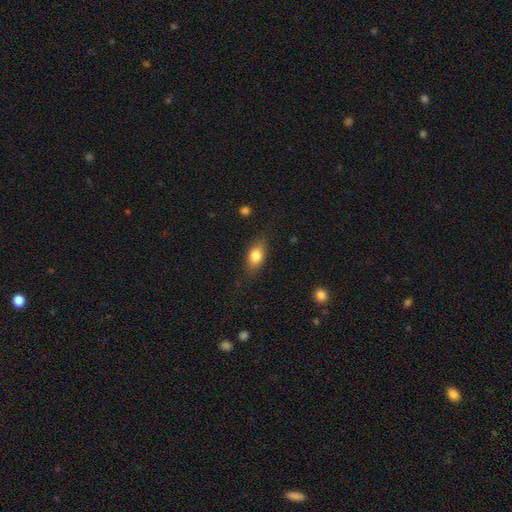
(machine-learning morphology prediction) Overall: smooth (77%). How rounded: in between (79%). Merging: none (78%).